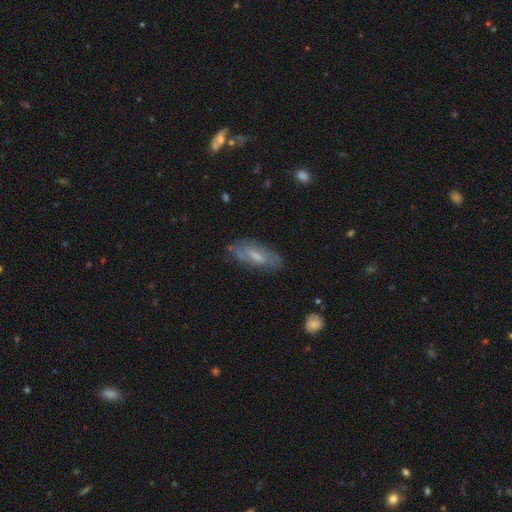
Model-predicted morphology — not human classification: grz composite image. It shows a featured or disk galaxy (49%). Merging: none (74%).